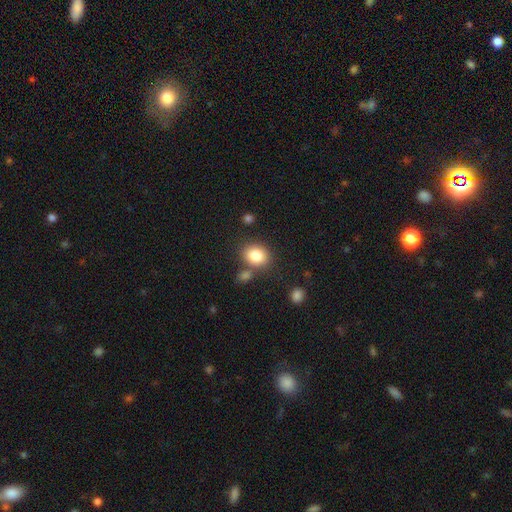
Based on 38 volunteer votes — Overall: smooth (84%). How rounded: round (72%). Merging: none (64%).